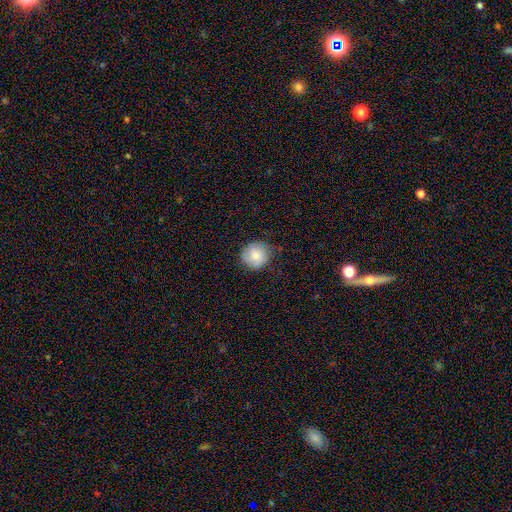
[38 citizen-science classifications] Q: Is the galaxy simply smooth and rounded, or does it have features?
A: smooth — 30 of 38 (79%).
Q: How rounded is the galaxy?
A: round — 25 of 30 (83%).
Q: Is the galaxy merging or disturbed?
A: none — 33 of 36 (92%).